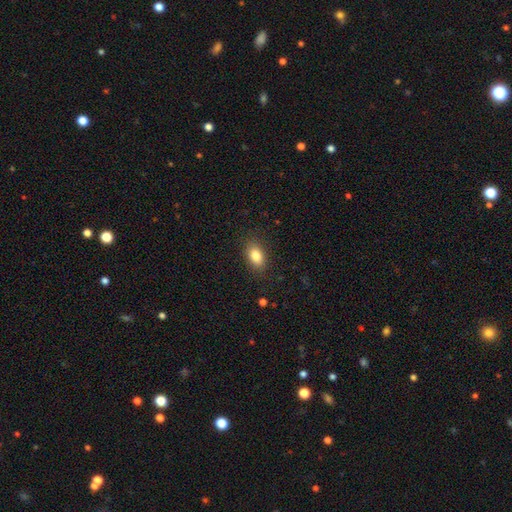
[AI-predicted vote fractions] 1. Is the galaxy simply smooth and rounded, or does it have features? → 85% smooth, 8% star or artifact, 7% featured or disk.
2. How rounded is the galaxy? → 86% in between, 11% round, 2% cigar-shaped.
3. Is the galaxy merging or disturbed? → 86% none, 10% minor disturbance, 3% major disturbance, 1% merger.